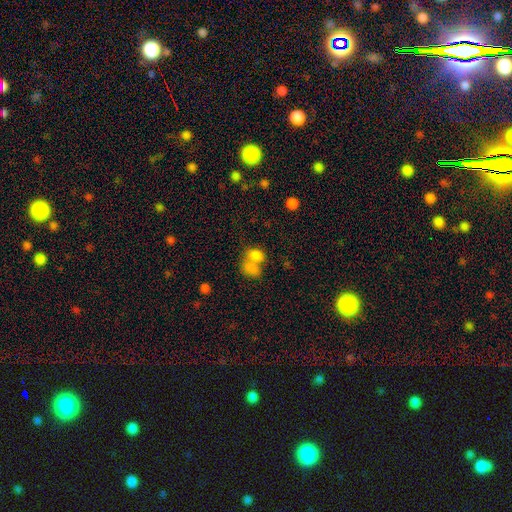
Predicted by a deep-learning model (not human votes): A smooth galaxy with no disk features (81%) that is in between round and cigar-shaped (71%).

Vote fractions:
- Smooth or featured? smooth: 81% / star or artifact: 10% / featured or disk: 9%
- How rounded? in between: 71% / round: 27% / cigar-shaped: 2%
- Merging? merger: 60% / none: 27% / minor disturbance: 8% / major disturbance: 5%